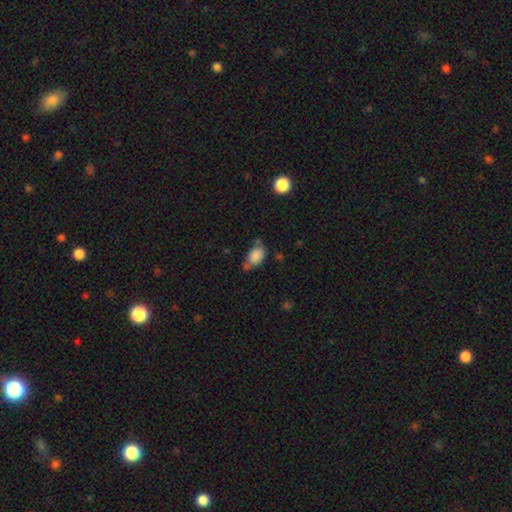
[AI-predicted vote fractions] A smooth galaxy with no disk features (84%) that is in between round and cigar-shaped (80%). Merging: none (46%).